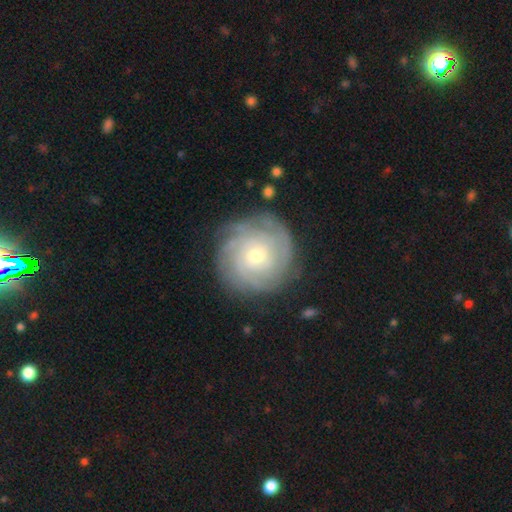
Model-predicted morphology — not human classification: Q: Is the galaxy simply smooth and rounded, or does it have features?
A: featured or disk — 80%.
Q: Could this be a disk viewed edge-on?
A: no — 98%.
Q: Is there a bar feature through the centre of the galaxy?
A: no — 76%.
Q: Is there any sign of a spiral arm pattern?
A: yes — 95%.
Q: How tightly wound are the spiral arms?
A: tight — 82%.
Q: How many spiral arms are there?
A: can't tell — 37%.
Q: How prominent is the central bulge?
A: small — 52%.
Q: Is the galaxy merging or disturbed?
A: none — 83%.